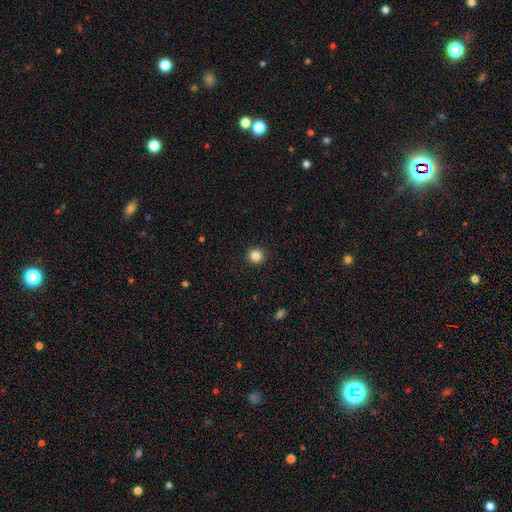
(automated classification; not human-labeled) Smooth or featured? Predicted: smooth (p=0.84). How rounded? Predicted: round (p=0.94). Merging? Predicted: none (p=0.92).